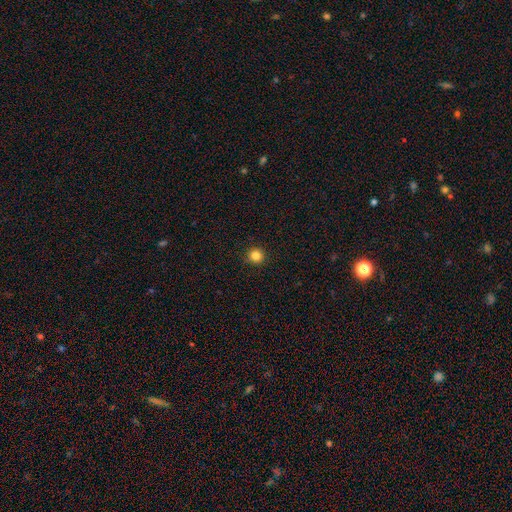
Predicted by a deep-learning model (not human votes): A smooth galaxy with no disk features (84%) that is round (95%). Merging: none (91%).